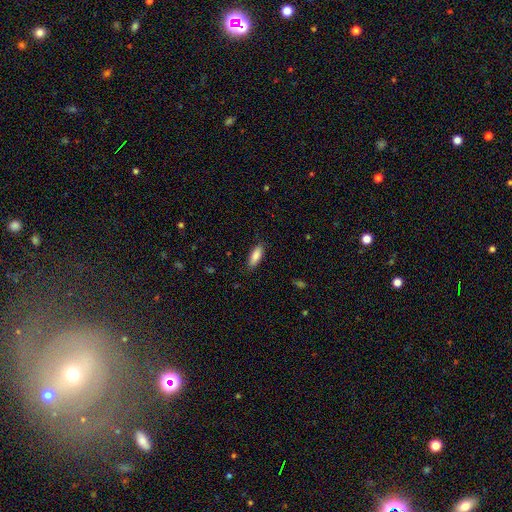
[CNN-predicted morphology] Smooth or featured: smooth — 87% (featured or disk — 7%)
How rounded: in between — 67% (cigar-shaped — 31%)
Merging: none — 86% (minor disturbance — 11%)